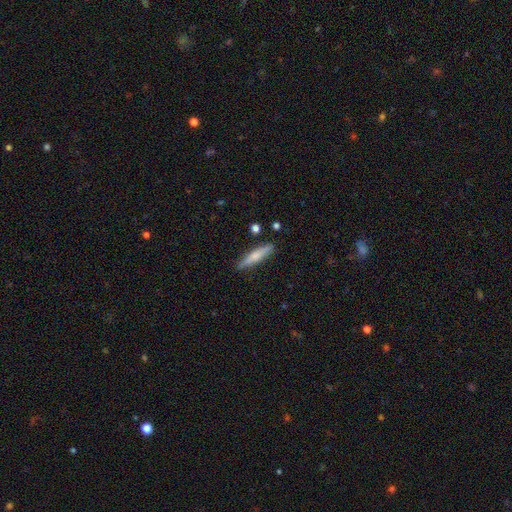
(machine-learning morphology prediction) smooth 60%, featured or disk 34%, star or artifact 6%. Down the decision tree: how rounded — cigar-shaped (87%); merging — none (87%).